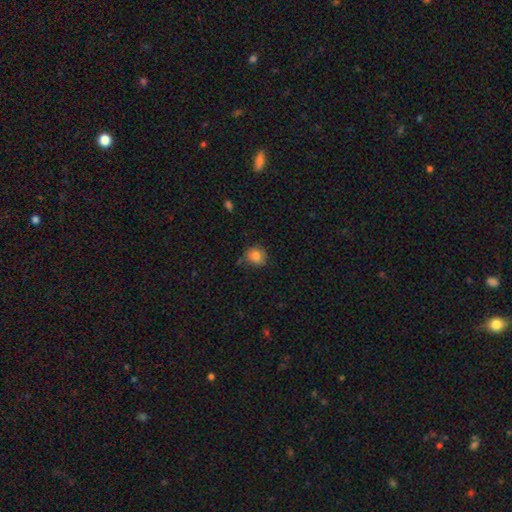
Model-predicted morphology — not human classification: This is clearly a smooth galaxy (83%). How rounded: likely round (74%). Merging: likely none (75%).